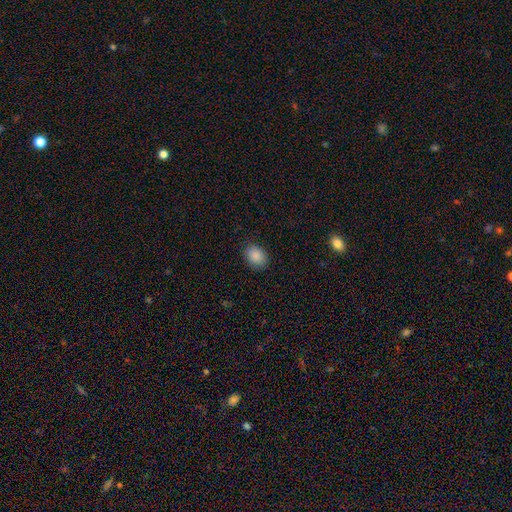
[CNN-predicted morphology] type=smooth (88%); roundness=in between (66%); merging=none (86%).